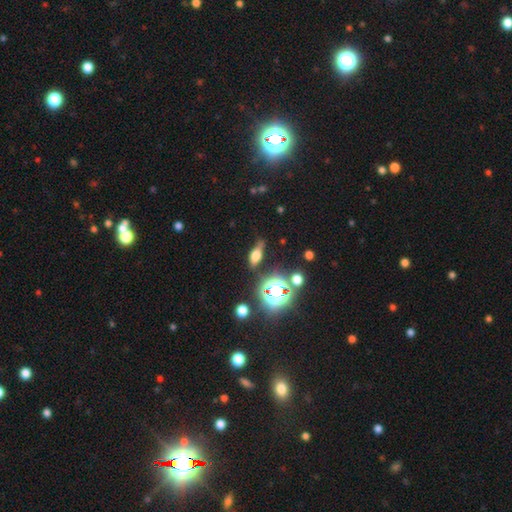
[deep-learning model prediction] Smooth or featured?
  - smooth: 49% *
  - featured or disk: 30%
  - star or artifact: 21%
Merging?
  - none: 67% *
  - minor disturbance: 20%
  - major disturbance: 8%
  - merger: 5%